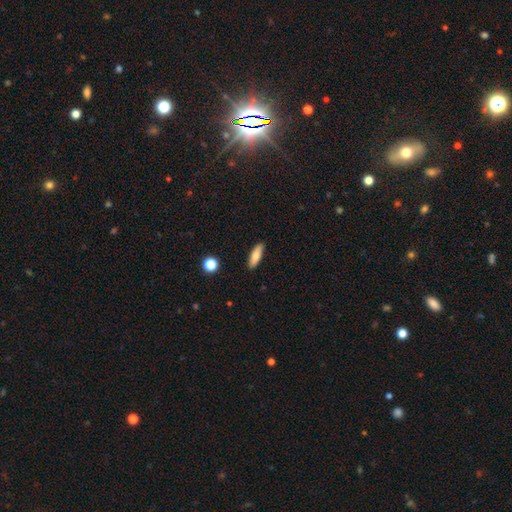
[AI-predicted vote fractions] smooth-or-featured: smooth: 80% | featured or disk: 13% | star or artifact: 7%
  how-rounded: in between: 52% | cigar-shaped: 46% | round: 3%
  merging: none: 89% | minor disturbance: 8% | major disturbance: 2% | merger: 1%